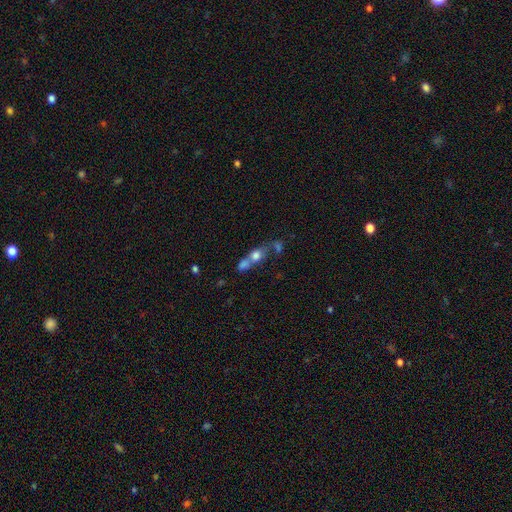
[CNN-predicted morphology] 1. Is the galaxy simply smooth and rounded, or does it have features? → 69% smooth, 20% featured or disk, 11% star or artifact.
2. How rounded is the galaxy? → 48% in between, 42% round, 9% cigar-shaped.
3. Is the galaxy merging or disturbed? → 67% merger, 20% none, 7% minor disturbance, 6% major disturbance.